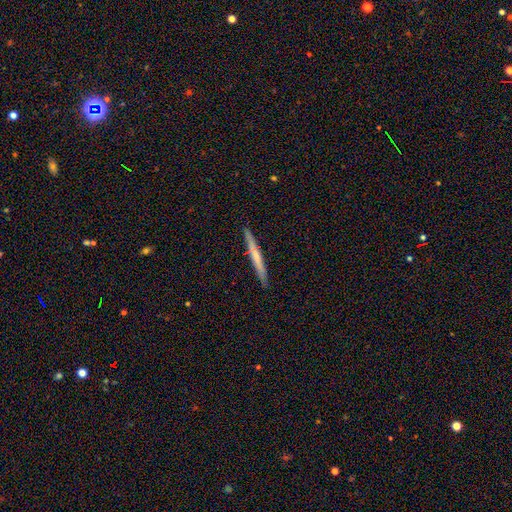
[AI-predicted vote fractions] Smooth or featured? Predicted: smooth (p=0.48). Merging? Predicted: none (p=0.91).